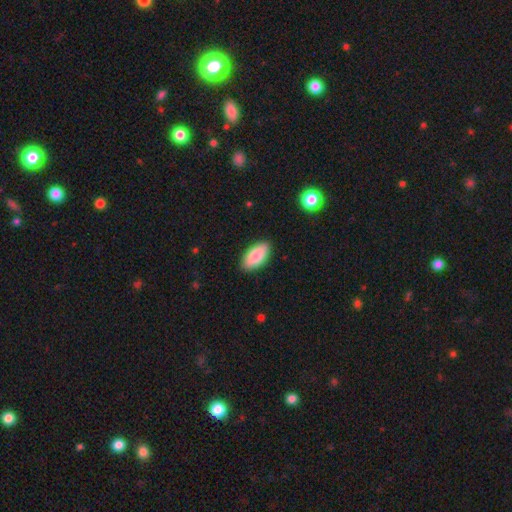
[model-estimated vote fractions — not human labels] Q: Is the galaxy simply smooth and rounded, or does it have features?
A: smooth — 87%.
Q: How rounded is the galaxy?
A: in between — 93%.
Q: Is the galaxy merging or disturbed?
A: none — 87%.